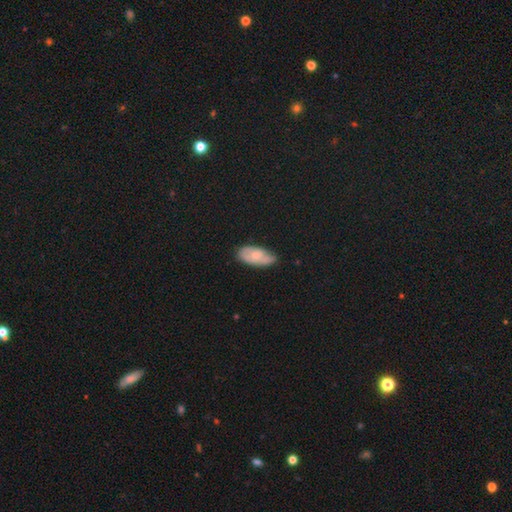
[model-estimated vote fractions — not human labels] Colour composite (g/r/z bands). It shows a smooth galaxy with no disk features (57%) that is in between round and cigar-shaped (90%). Merging: none (59%).